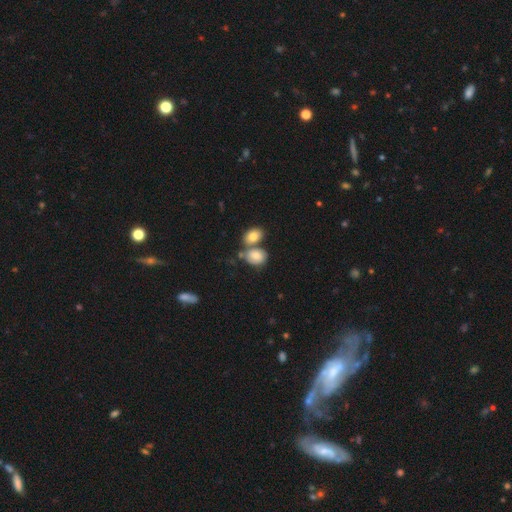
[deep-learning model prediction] Smooth or featured? smooth (78%)
How rounded? in between (66%)
Merging? none (41%, tied with merger)